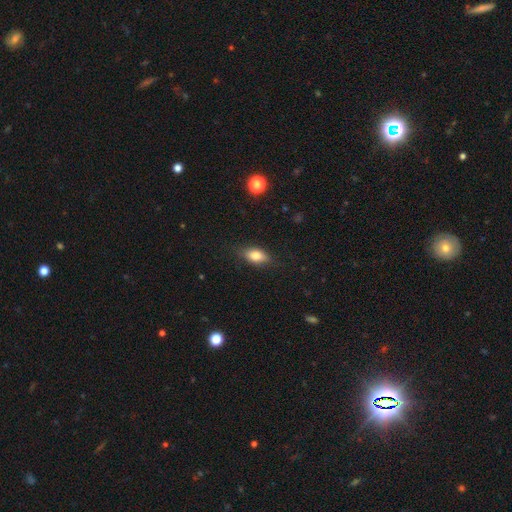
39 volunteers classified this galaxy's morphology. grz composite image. It shows a smooth galaxy with no disk features (69%) that is in between round and cigar-shaped (85%). Merging: none (97%).